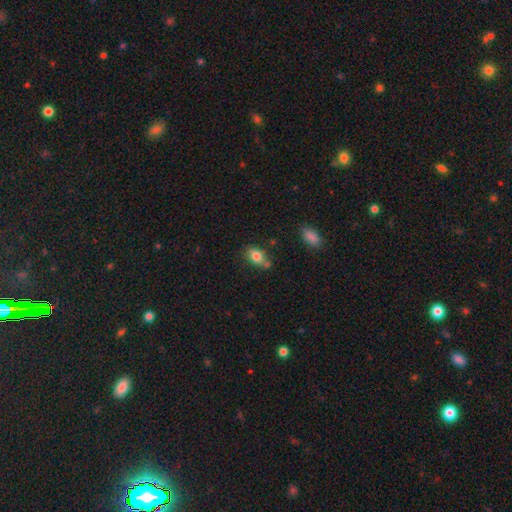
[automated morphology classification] type=smooth (80%); roundness=in between (79%); merging=none (58%).